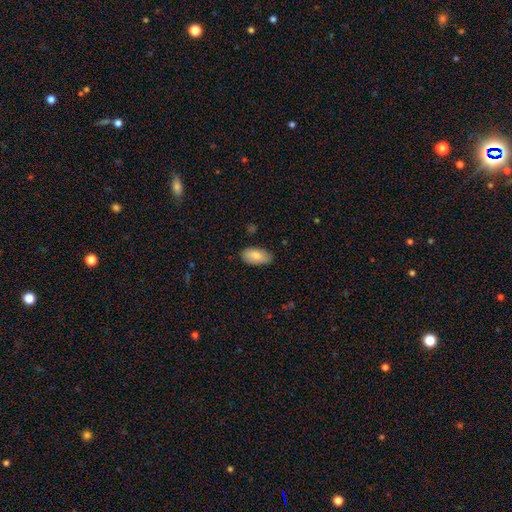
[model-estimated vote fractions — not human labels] Smooth or featured: smooth — 83% (featured or disk — 11%)
How rounded: in between — 94% (cigar-shaped — 3%)
Merging: none — 83% (minor disturbance — 14%)